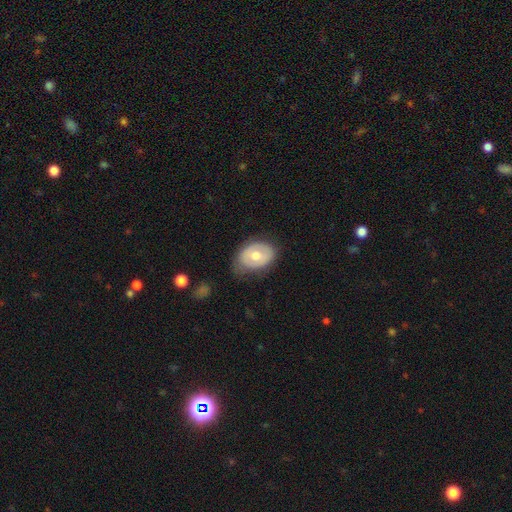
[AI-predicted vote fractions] A smooth galaxy with no disk features (58%) that is in between round and cigar-shaped (75%). Merging: none (68%).